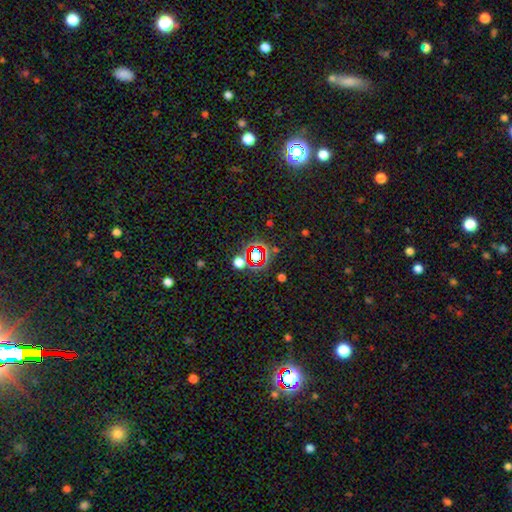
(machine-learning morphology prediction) star or artifact 66%, smooth 23%, featured or disk 11%.